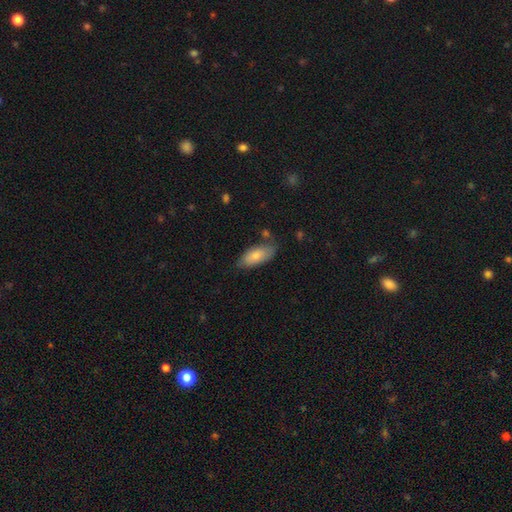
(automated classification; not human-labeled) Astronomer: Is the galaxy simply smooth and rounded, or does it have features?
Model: smooth — 79%.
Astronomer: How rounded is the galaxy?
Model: in between — 87%.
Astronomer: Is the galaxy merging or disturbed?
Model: none — 73%.